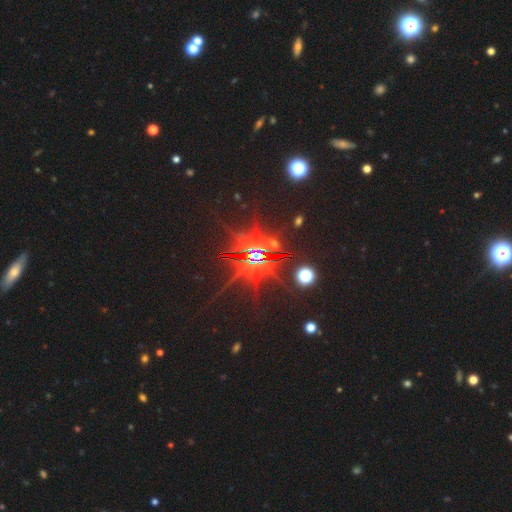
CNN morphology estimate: This is clearly a star or artifact rather than a galaxy (82%).